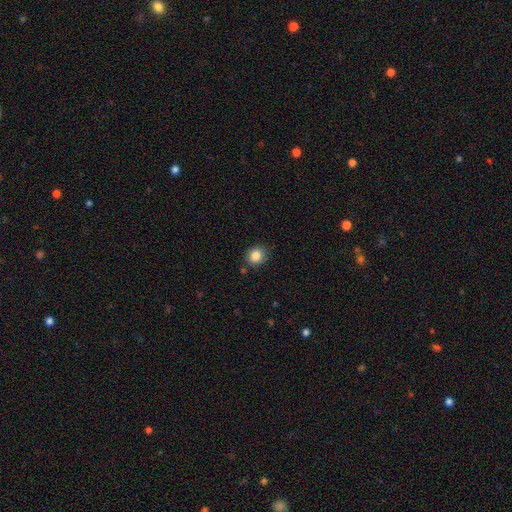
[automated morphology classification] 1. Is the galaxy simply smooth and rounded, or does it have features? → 86% smooth, 10% star or artifact, 5% featured or disk.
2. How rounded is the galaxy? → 78% round, 21% in between, 1% cigar-shaped.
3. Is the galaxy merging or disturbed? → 80% none, 14% minor disturbance, 3% major disturbance, 3% merger.